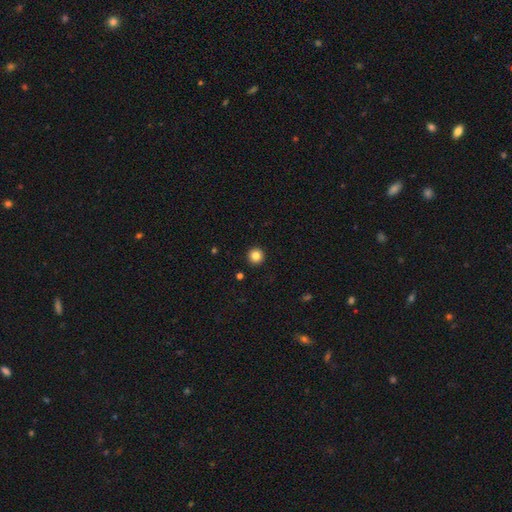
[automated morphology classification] This appears to be a smooth galaxy with no disk features (84%) that is round (96%). Merging: none (94%).